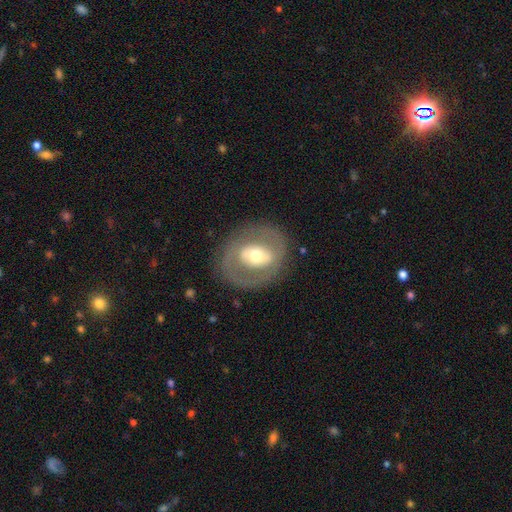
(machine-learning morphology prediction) This is likely a featured or disk galaxy (61%). It is clearly not viewed edge-on (94%). Bar: possibly no (45%). Spiral arm pattern: likely no (74%). Central bulge: likely moderate (65%). Merging: likely none (78%).